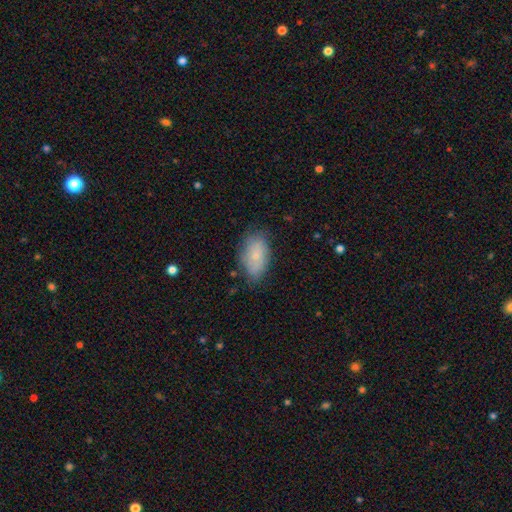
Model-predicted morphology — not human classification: smooth_or_featured: smooth (p=0.73) [alt: featured or disk p=0.20]
how_rounded: in between (p=0.92) [alt: round p=0.06]
merging: none (p=0.70) [alt: minor disturbance p=0.23]